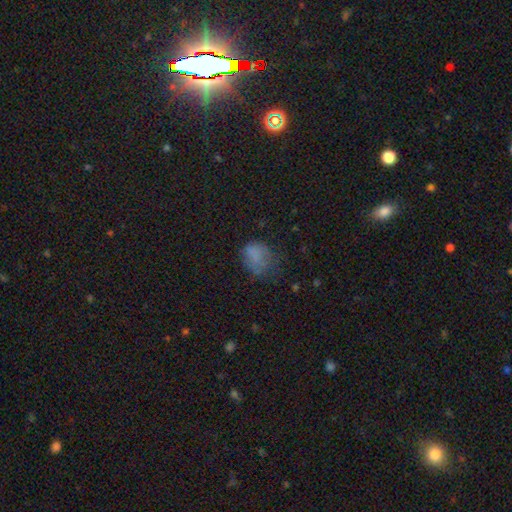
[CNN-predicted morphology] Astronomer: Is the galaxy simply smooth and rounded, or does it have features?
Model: smooth — 66%.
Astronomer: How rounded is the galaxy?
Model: in between — 51% (runner-up: round, 47%).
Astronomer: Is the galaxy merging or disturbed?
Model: none — 43% (runner-up: minor disturbance, 28%).